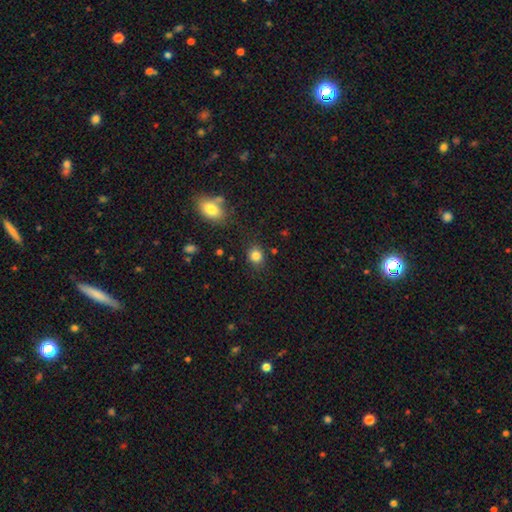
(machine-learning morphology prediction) smooth 84%, star or artifact 11%, featured or disk 5%. Down the decision tree: how rounded — round (69%); merging — none (83%).